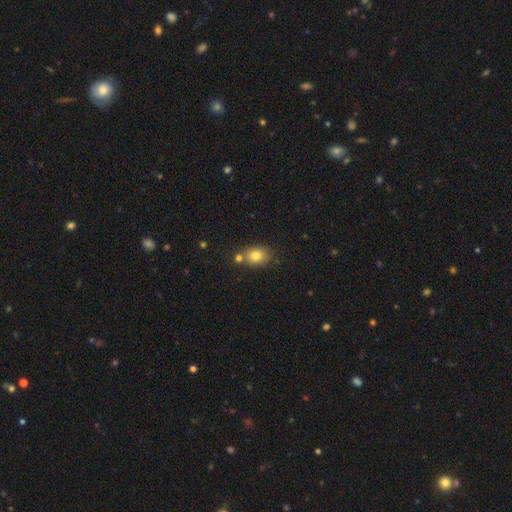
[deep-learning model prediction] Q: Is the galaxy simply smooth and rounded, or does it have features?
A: smooth — 79%.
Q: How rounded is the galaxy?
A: in between — 58%.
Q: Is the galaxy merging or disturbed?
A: none — 65%.